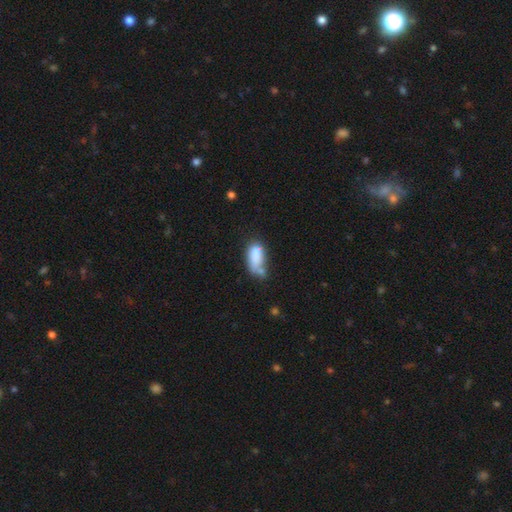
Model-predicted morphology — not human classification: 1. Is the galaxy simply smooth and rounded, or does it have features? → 76% smooth, 15% featured or disk, 9% star or artifact.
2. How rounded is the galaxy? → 84% in between, 13% cigar-shaped, 3% round.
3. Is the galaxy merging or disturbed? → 31% none, 27% minor disturbance, 25% merger, 16% major disturbance.